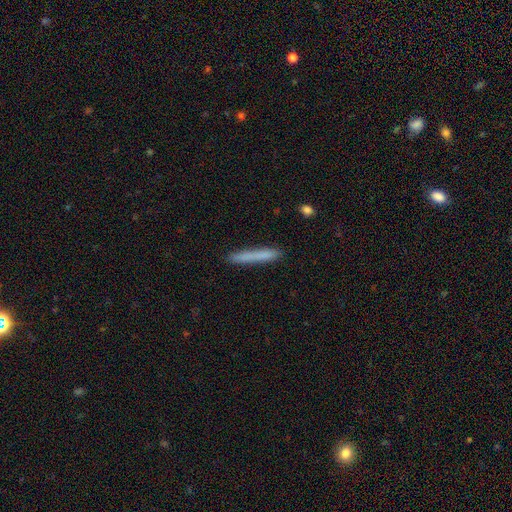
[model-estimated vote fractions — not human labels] The model was most divided on "smooth or featured": smooth: 75%, featured or disk: 19%, star or artifact: 7%. More confident: how rounded — cigar-shaped (97%); merging — none (89%).